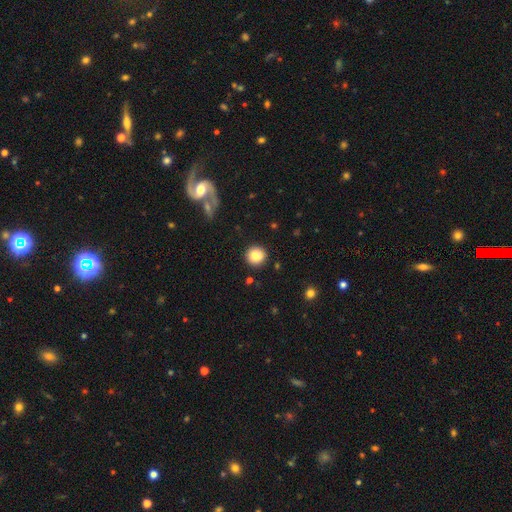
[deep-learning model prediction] A smooth galaxy with no disk features (84%) that is round (89%).

Vote fractions:
- Smooth or featured? smooth: 84% / star or artifact: 9% / featured or disk: 7%
- How rounded? round: 89% / in between: 10% / cigar-shaped: 1%
- Merging? none: 85% / minor disturbance: 9% / merger: 4% / major disturbance: 2%